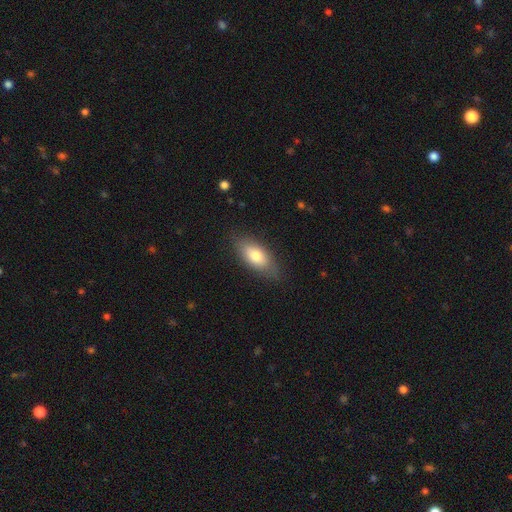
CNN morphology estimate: smooth 76%, featured or disk 17%, star or artifact 7%. Down the decision tree: how rounded — in between (86%); merging — none (79%).